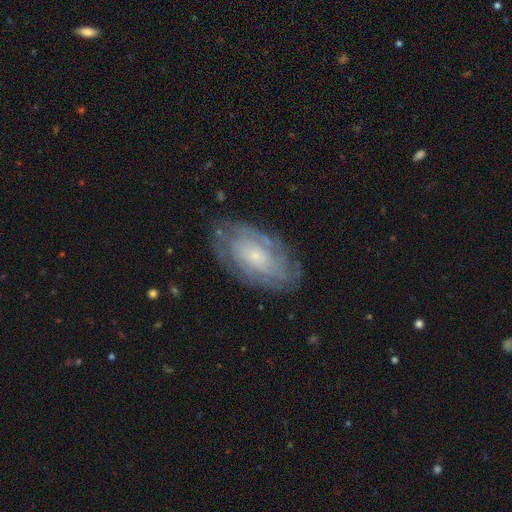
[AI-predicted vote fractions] A featured or disk galaxy (73%) with no bar (75%), tight (69%) spiral arms (88%) and a small central bulge (77%).

Vote fractions:
- Smooth or featured? featured or disk: 73% / smooth: 20% / star or artifact: 7%
- Edge-on disk? no: 94% / yes: 6%
- Bar? no: 75% / weak: 21% / strong: 5%
- Spiral arms? yes: 88% / no: 12%
- Spiral winding? tight: 69% / medium: 24% / loose: 7%
- Spiral arm count? can't tell: 53% / 2: 15% / 3: 11% / 4: 11% / more than 4: 6% / 1: 4%
- Bulge size? small: 77% / moderate: 17% / none: 3% / large: 2% / dominant: 1%
- Merging? none: 76% / minor disturbance: 17% / major disturbance: 6% / merger: 1%